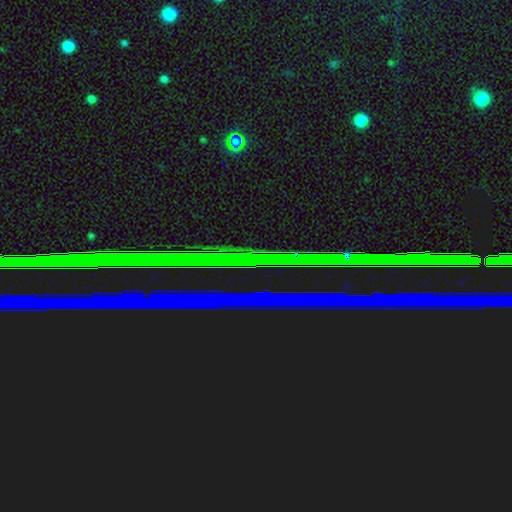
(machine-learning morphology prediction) A star or artifact, not a galaxy (82%).

Vote fractions:
- Smooth or featured? star or artifact: 82% / featured or disk: 10% / smooth: 8%